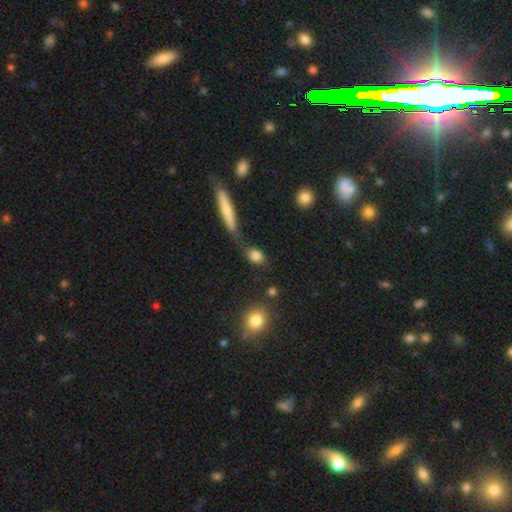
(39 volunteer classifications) Morphology: type=smooth (87%); roundness=in between (56%); merging=merger (44%).